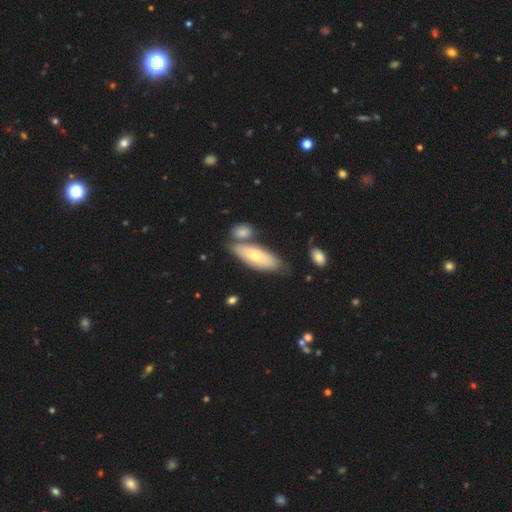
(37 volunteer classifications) Smooth or featured? 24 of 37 (65%) said smooth. How rounded? 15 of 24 (62%) said in between. Merging? 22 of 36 (61%) said none.